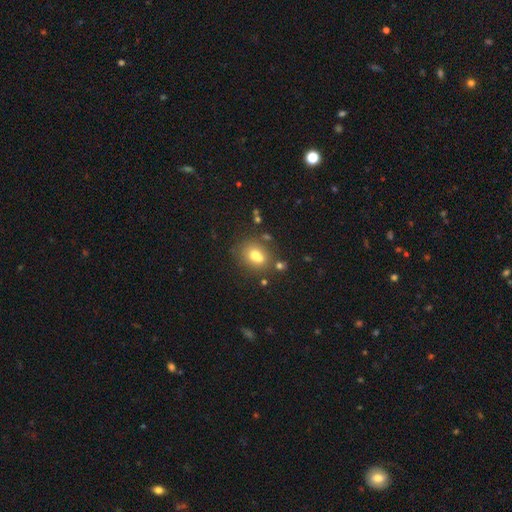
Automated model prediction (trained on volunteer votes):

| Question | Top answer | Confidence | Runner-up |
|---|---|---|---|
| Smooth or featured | smooth | 69% | featured or disk (18%) |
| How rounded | round | 59% | in between (40%) |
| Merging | none | 49% | merger (33%) |